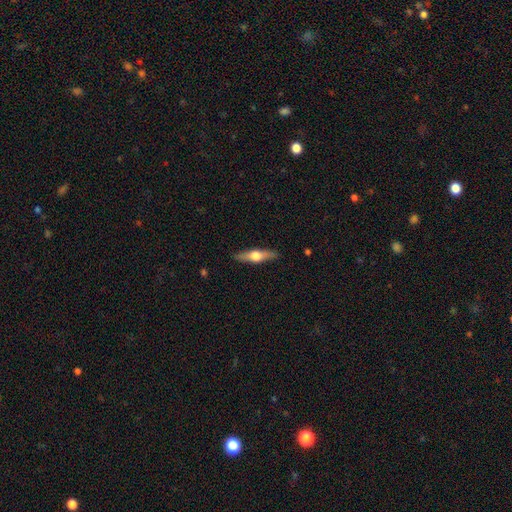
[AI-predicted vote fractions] smooth_or_featured: featured or disk (p=0.60) [alt: smooth p=0.35]
disk_edge_on: yes (p=0.95) [alt: no p=0.05]
edge_on_bulge: rounded (p=0.95) [alt: boxy p=0.03]
merging: none (p=0.89) [alt: minor disturbance p=0.08]